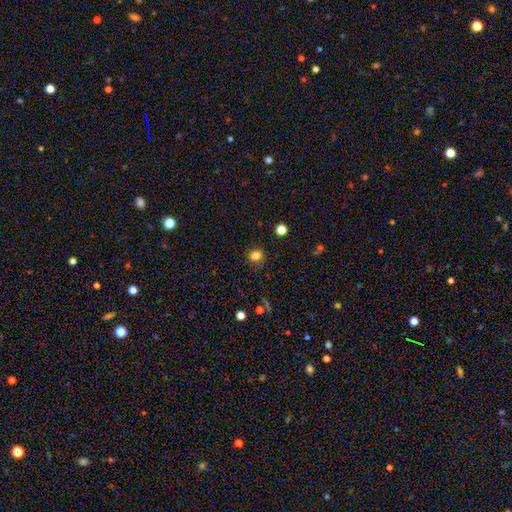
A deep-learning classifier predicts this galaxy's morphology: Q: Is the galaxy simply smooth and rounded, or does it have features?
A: smooth — 80%.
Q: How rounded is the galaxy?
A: round — 60%.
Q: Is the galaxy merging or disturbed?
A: none — 83%.